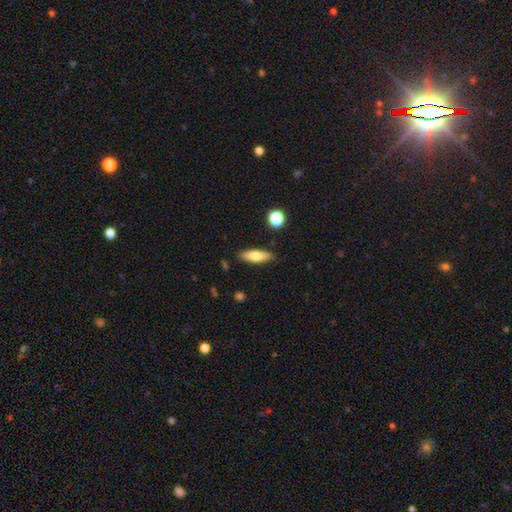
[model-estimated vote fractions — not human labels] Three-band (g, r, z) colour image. It shows a smooth galaxy with no disk features (73%) that is in between round and cigar-shaped (53%). Merging: none (85%).